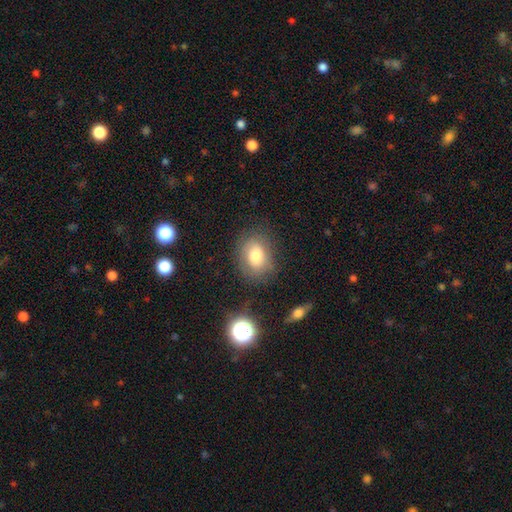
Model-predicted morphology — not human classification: Smooth or featured: smooth — 74% (featured or disk — 15%)
How rounded: in between — 61% (round — 38%)
Merging: none — 77% (minor disturbance — 15%)